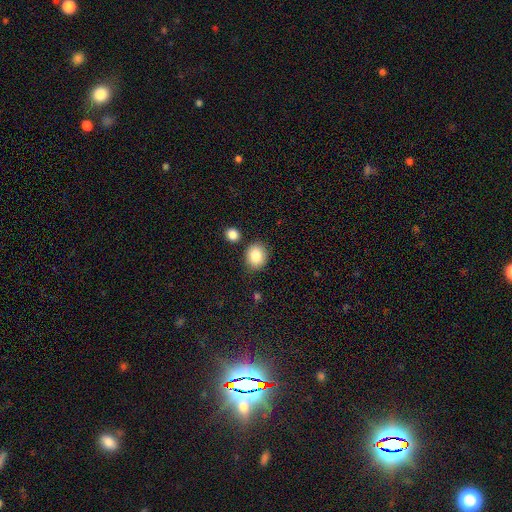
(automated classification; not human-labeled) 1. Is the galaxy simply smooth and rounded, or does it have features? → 85% smooth, 8% star or artifact, 6% featured or disk.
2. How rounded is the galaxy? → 56% round, 43% in between, 1% cigar-shaped.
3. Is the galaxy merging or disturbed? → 81% none, 11% minor disturbance, 6% merger, 3% major disturbance.